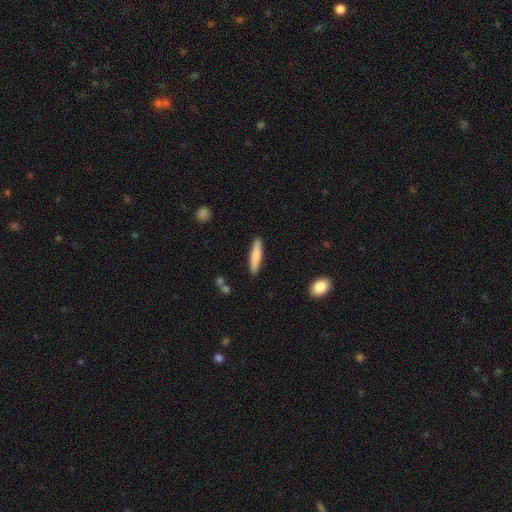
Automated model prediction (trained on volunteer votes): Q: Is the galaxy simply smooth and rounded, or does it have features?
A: smooth — 78%.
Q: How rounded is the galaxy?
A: cigar-shaped — 87%.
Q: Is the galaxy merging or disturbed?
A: none — 90%.